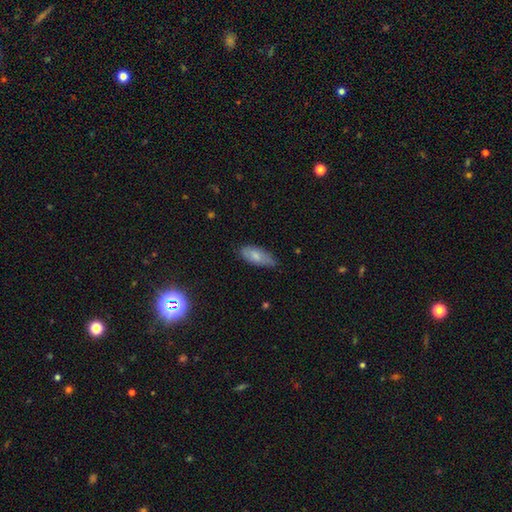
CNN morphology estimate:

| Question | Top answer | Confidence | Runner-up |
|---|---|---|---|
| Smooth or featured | smooth | 74% | featured or disk (20%) |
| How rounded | in between | 84% | cigar-shaped (14%) |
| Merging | none | 62% | minor disturbance (31%) |